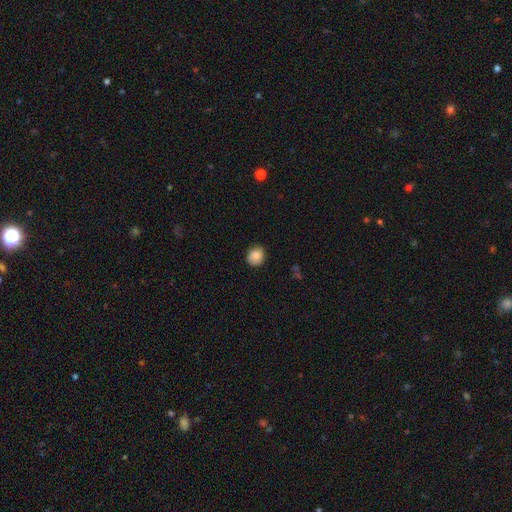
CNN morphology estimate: type=smooth (85%); roundness=round (76%); merging=none (79%).